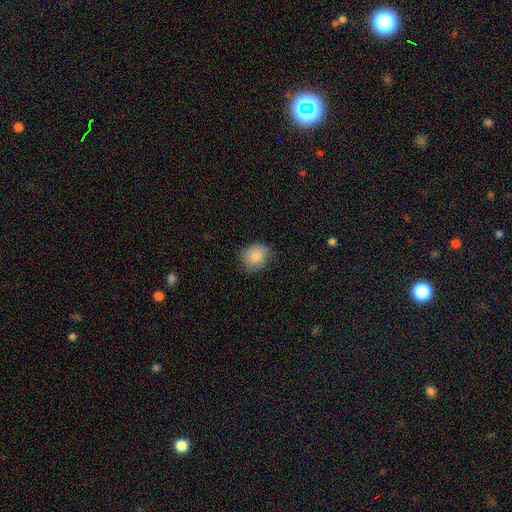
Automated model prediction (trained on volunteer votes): Smooth or featured?
  - smooth: 87% *
  - star or artifact: 8%
  - featured or disk: 6%
How rounded?
  - round: 66% *
  - in between: 33%
  - cigar-shaped: 1%
Merging?
  - none: 71% *
  - minor disturbance: 24%
  - major disturbance: 5%
  - merger: 1%